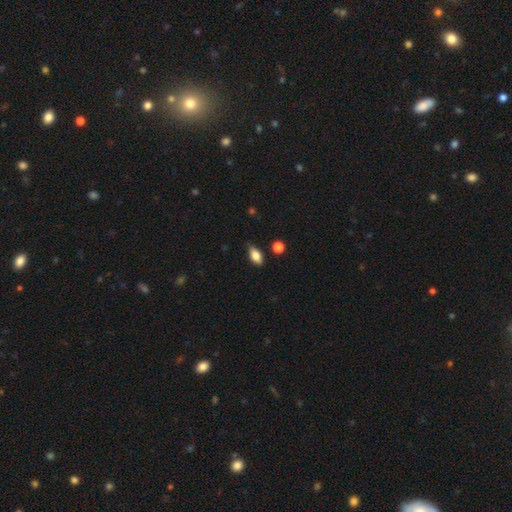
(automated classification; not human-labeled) smooth 79%, featured or disk 13%, star or artifact 8%. Down the decision tree: how rounded — in between (87%); merging — none (79%).